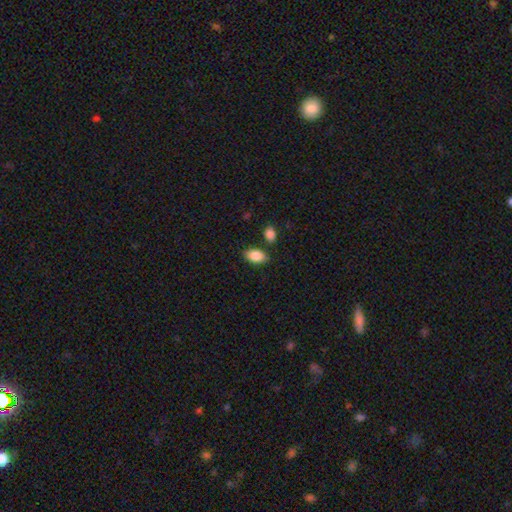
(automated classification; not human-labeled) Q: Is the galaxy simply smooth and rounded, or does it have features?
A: smooth — 87%.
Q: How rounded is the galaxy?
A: in between — 91%.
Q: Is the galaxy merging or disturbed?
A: none — 78%.